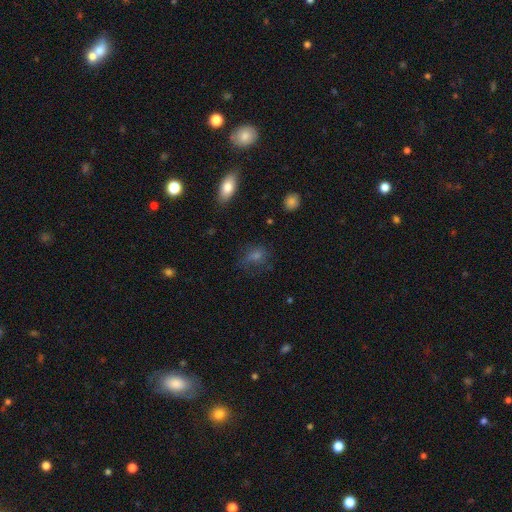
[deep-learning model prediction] This is possibly a smooth galaxy (54%). How rounded: possibly in between (52%). Merging: likely none (61%).